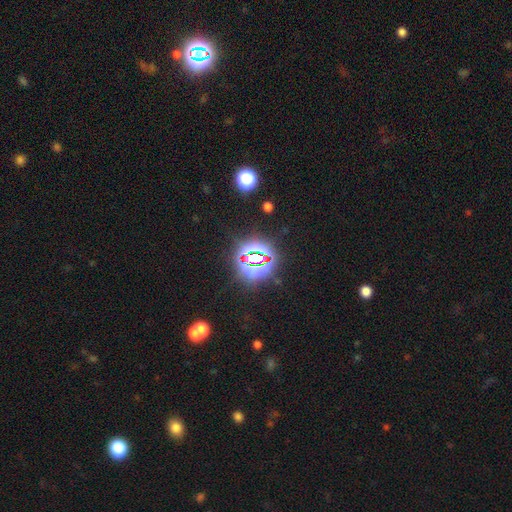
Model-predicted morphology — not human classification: Smooth or featured? star or artifact (82%)